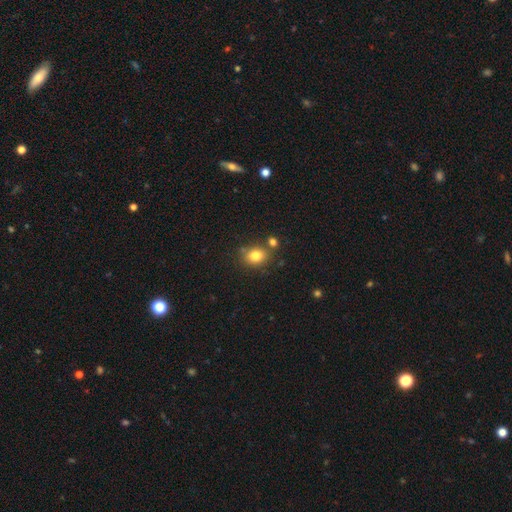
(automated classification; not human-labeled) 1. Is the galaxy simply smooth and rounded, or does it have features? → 81% smooth, 11% star or artifact, 8% featured or disk.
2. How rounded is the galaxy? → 53% round, 46% in between, 1% cigar-shaped.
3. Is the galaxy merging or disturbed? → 71% none, 13% merger, 13% minor disturbance, 3% major disturbance.